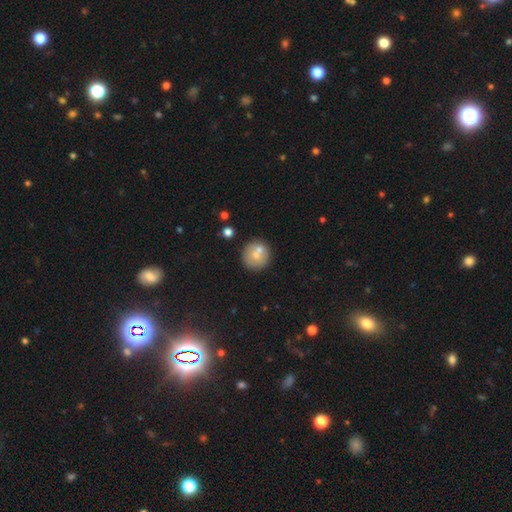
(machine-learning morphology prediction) smooth_or_featured: smooth (p=0.69) [alt: featured or disk p=0.21]
how_rounded: round (p=0.93) [alt: in between p=0.06]
merging: none (p=0.65) [alt: merger p=0.23]